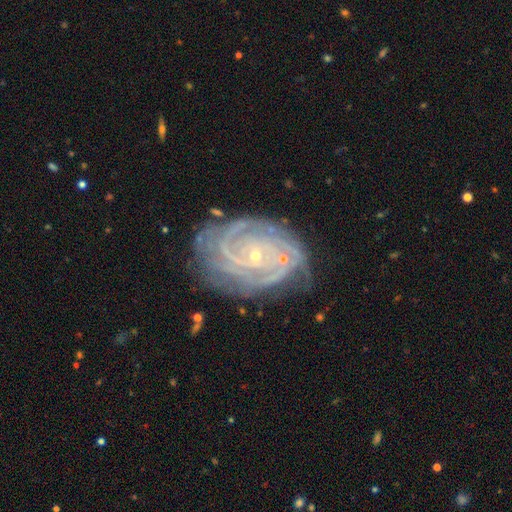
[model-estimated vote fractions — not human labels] A featured or disk galaxy (90%) with no bar (72%), 3 (23%) tight (78%) spiral arms (98%) and a small central bulge (86%).

Vote fractions:
- Smooth or featured? featured or disk: 90% / star or artifact: 7% / smooth: 4%
- Edge-on disk? no: 97% / yes: 3%
- Bar? no: 72% / weak: 20% / strong: 8%
- Spiral arms? yes: 98% / no: 2%
- Spiral winding? tight: 78% / medium: 19% / loose: 3%
- Spiral arm count? 3: 23% / 2: 20% / 4: 19% / can't tell: 18% / more than 4: 12% / 1: 7%
- Bulge size? small: 86% / moderate: 11% / none: 2% / large: 1% / dominant: 1%
- Merging? none: 70% / minor disturbance: 20% / major disturbance: 7% / merger: 3%